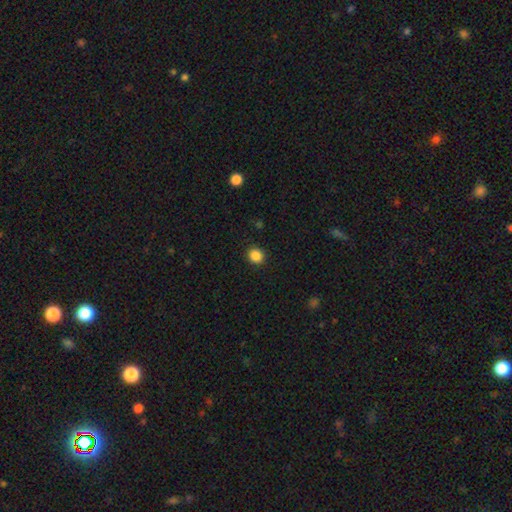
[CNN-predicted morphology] Smooth or featured? smooth (87%)
How rounded? round (83%)
Merging? none (91%)